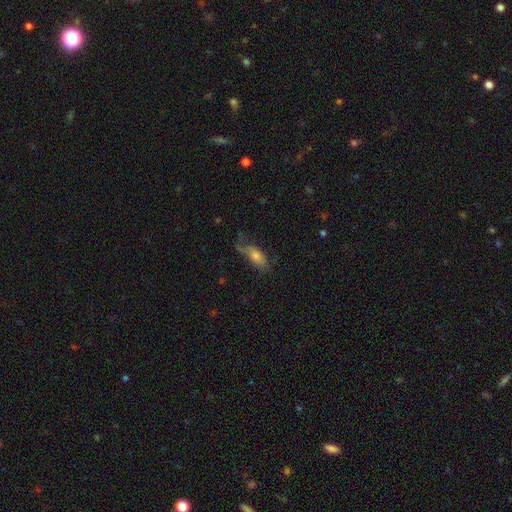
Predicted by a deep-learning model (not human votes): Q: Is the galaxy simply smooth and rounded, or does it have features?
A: smooth — 61%.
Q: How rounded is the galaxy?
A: in between — 70%.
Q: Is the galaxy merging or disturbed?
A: none — 48%.